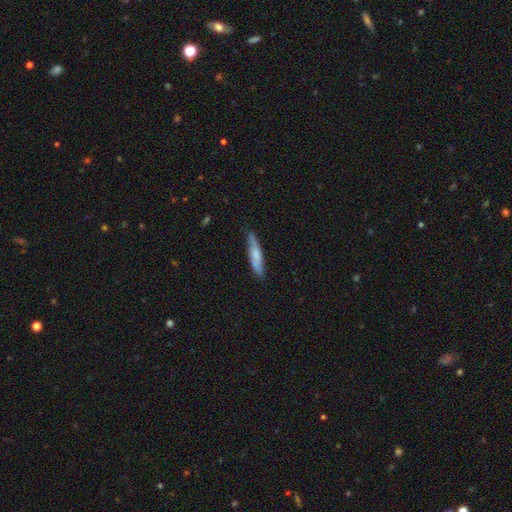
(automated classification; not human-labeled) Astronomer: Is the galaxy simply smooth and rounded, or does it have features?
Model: smooth — 65%.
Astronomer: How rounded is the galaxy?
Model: cigar-shaped — 85%.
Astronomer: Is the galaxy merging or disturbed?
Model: none — 79%.